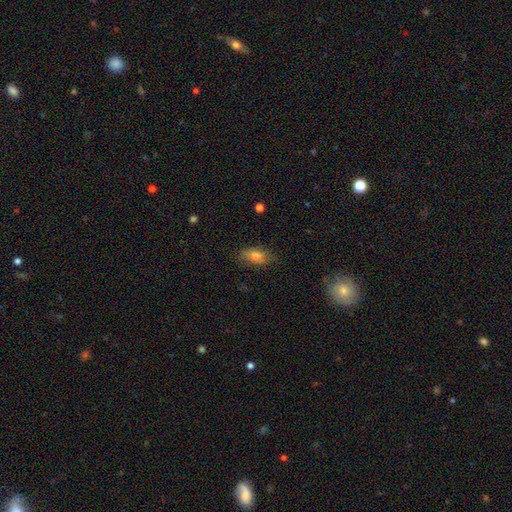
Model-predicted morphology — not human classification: A smooth galaxy with no disk features (72%) that is in between round and cigar-shaped (82%).

Vote fractions:
- Smooth or featured? smooth: 72% / featured or disk: 16% / star or artifact: 11%
- How rounded? in between: 82% / cigar-shaped: 12% / round: 6%
- Merging? none: 79% / minor disturbance: 16% / major disturbance: 4% / merger: 1%